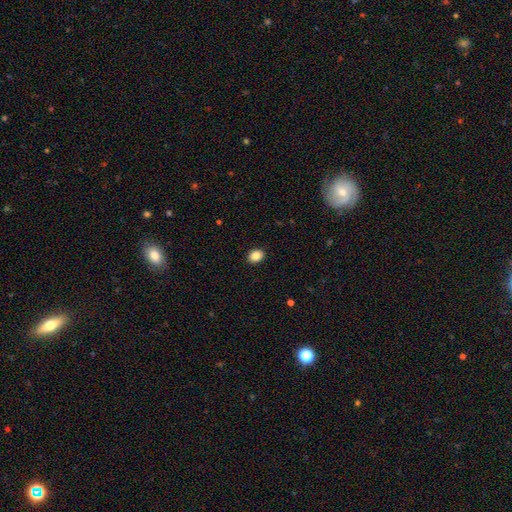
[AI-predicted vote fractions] Smooth or featured? smooth (87%)
How rounded? in between (59%)
Merging? none (91%)